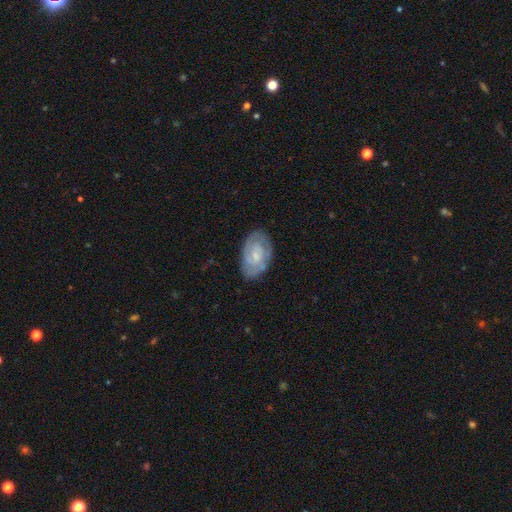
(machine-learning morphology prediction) Smooth or featured: featured or disk — 63% (smooth — 31%)
Edge-on disk: no — 96% (yes — 4%)
Bar: no — 57% (weak — 36%)
Spiral arms: yes — 78% (no — 22%)
Bulge size: small — 57% (moderate — 29%)
Merging: none — 75% (minor disturbance — 19%)